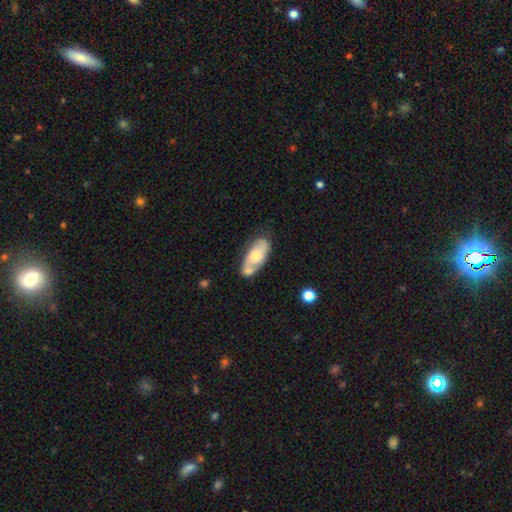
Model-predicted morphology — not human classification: This is possibly a featured or disk galaxy (49%). Merging: possibly none (51%).